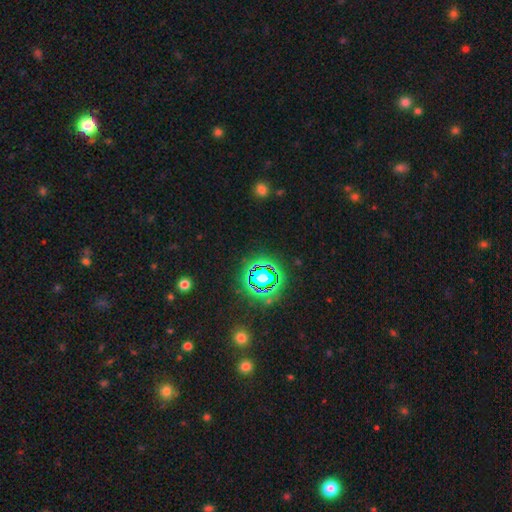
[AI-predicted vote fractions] Overall: star or artifact (77%).